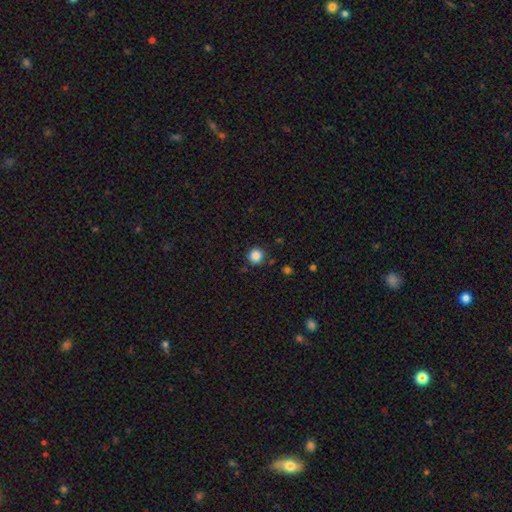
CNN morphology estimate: smooth-or-featured: smooth: 85% | star or artifact: 11% | featured or disk: 4%
  how-rounded: round: 94% | in between: 5% | cigar-shaped: 1%
  merging: none: 88% | minor disturbance: 8% | merger: 3% | major disturbance: 2%